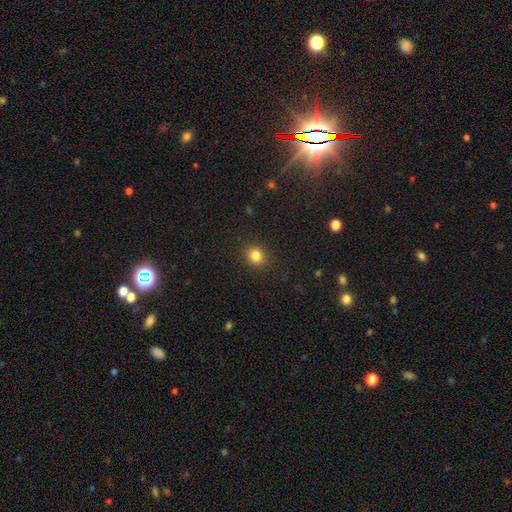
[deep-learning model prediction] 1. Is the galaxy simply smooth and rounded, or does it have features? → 84% smooth, 12% star or artifact, 5% featured or disk.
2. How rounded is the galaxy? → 75% round, 24% in between, 1% cigar-shaped.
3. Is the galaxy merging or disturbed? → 89% none, 7% minor disturbance, 2% major disturbance, 1% merger.